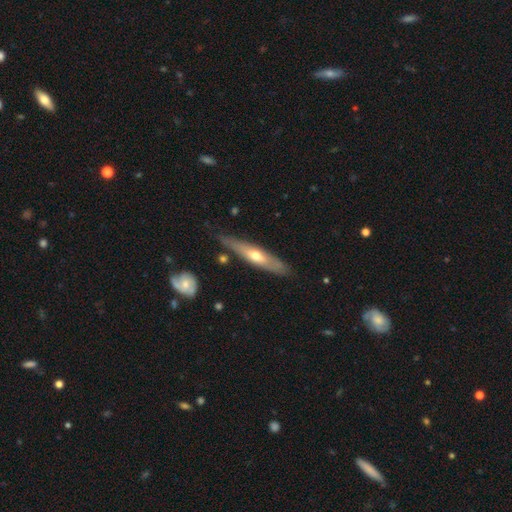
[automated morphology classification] This is possibly a featured or disk galaxy (54%). It is likely viewed edge-on (77%). Merging: likely none (80%).